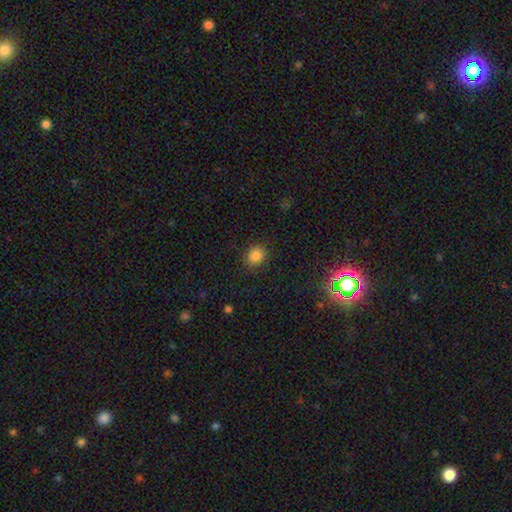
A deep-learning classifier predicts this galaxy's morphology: Smooth or featured? smooth (83%)
How rounded? round (68%)
Merging? none (87%)